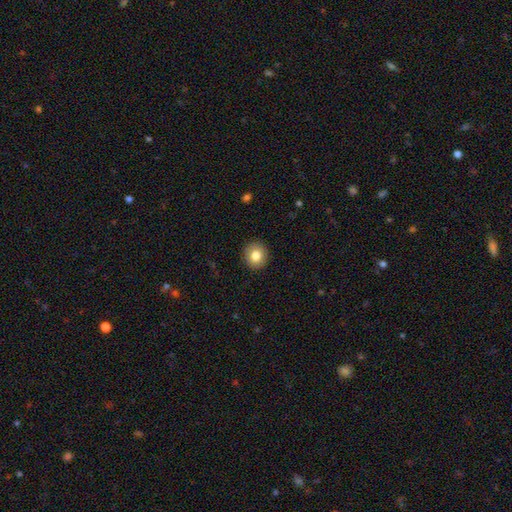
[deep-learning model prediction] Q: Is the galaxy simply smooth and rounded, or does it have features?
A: smooth — 82%.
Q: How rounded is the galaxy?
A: round — 88%.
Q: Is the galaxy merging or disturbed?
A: none — 92%.